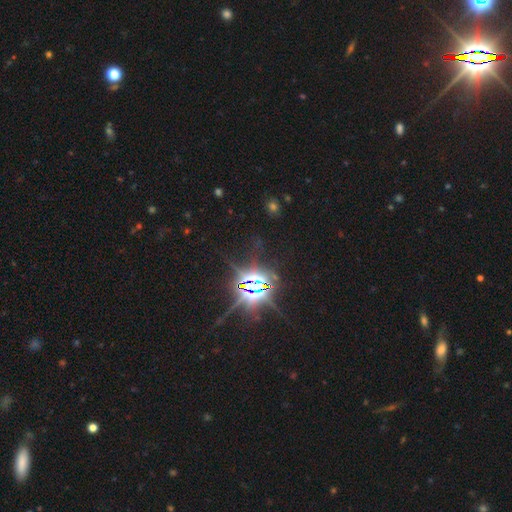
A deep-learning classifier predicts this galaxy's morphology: smooth-or-featured: star or artifact: 87% | smooth: 7% | featured or disk: 6%